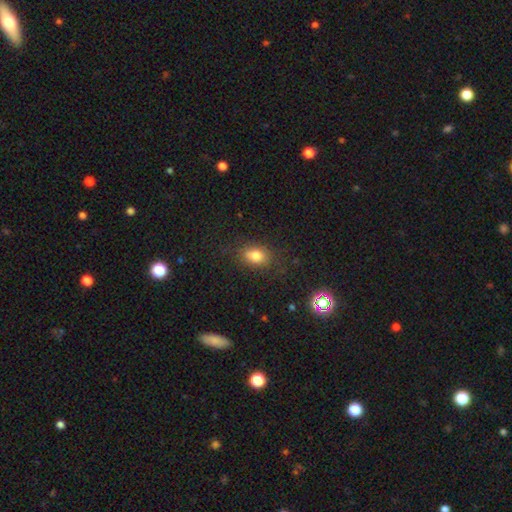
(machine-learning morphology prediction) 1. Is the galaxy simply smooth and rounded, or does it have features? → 79% smooth, 13% star or artifact, 9% featured or disk.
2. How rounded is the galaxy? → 71% in between, 27% round, 2% cigar-shaped.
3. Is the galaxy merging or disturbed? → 78% none, 15% minor disturbance, 5% major disturbance, 2% merger.